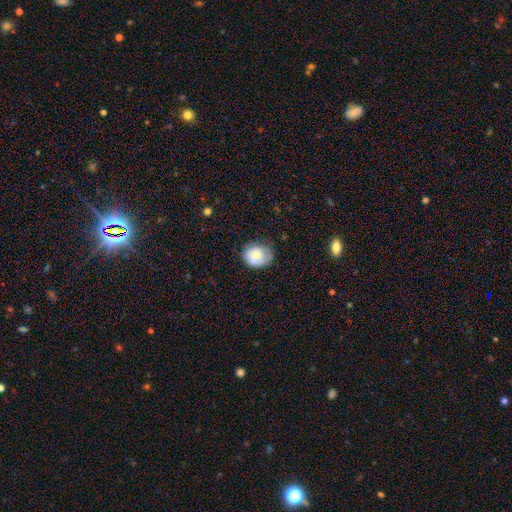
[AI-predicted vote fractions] Smooth or featured? Predicted: smooth (p=0.65). How rounded? Predicted: round (p=0.62). Merging? Predicted: none (p=0.64).